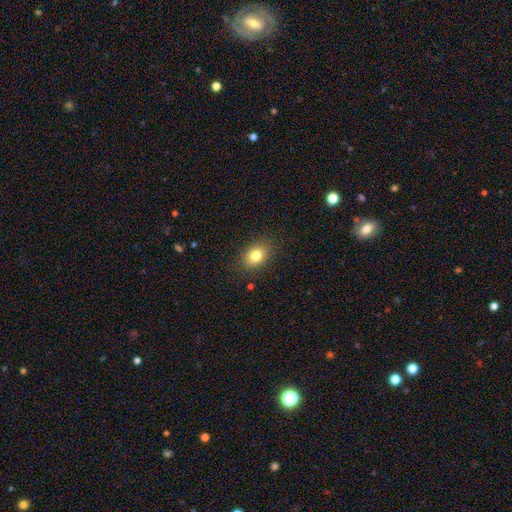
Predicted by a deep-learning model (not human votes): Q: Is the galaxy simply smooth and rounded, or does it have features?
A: smooth — 80%.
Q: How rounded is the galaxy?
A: in between — 64%.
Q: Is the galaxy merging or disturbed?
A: none — 86%.